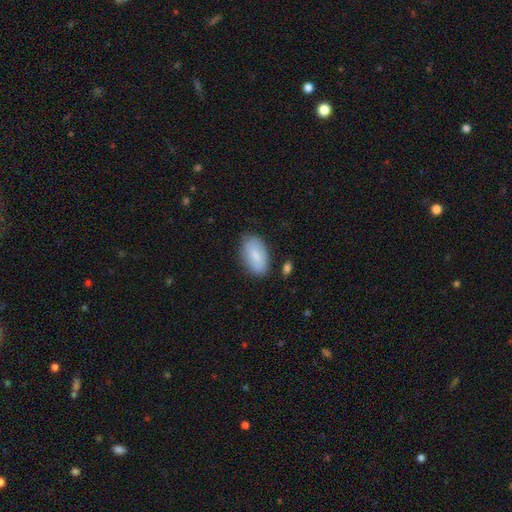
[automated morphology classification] Smooth or featured? smooth (80%)
How rounded? in between (94%)
Merging? none (78%)